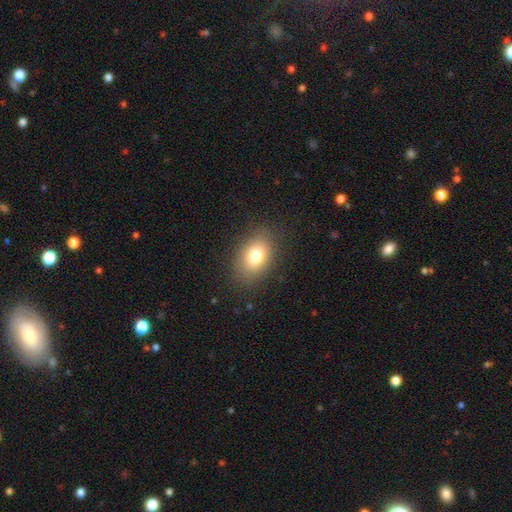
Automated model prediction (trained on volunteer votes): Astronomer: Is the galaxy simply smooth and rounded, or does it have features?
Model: smooth — 77%.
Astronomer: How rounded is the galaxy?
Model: in between — 80%.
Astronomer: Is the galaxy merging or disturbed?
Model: none — 84%.